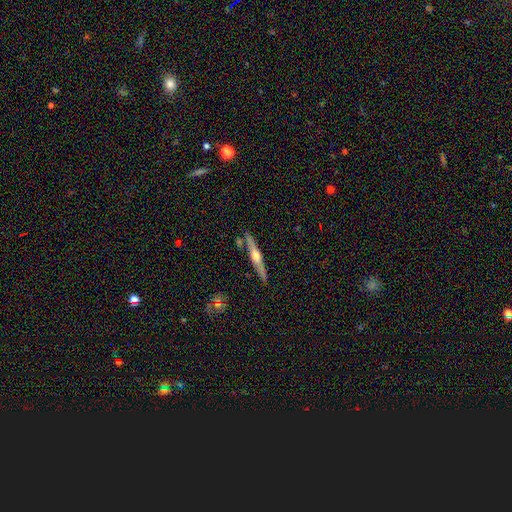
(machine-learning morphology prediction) A featured or disk galaxy (67%) viewed edge-on (97%) with a rounded central bulge (92%).

Vote fractions:
- Smooth or featured? featured or disk: 67% / smooth: 28% / star or artifact: 6%
- Edge-on disk? yes: 97% / no: 3%
- Edge-on bulge? rounded: 92% / none: 5% / boxy: 3%
- Merging? none: 85% / minor disturbance: 9% / merger: 4% / major disturbance: 2%